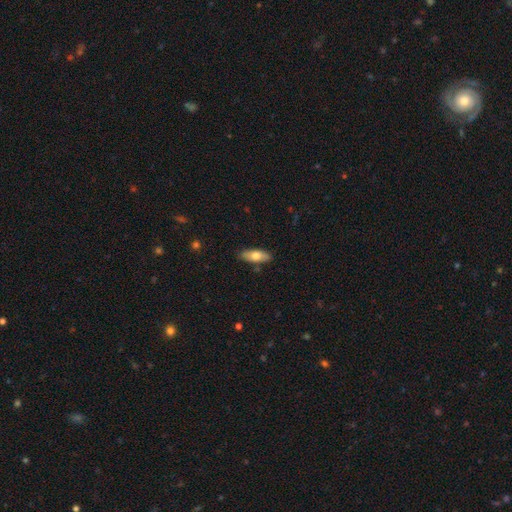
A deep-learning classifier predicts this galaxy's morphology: This appears to be a smooth galaxy with no disk features (70%) that is in between round and cigar-shaped (68%). Merging: none (86%).